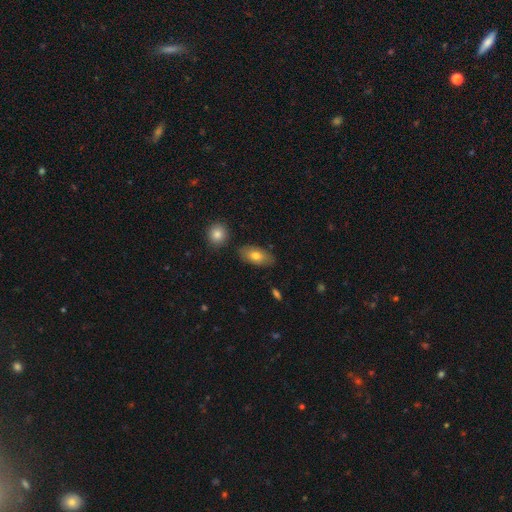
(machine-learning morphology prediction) Smooth or featured? Predicted: smooth (p=0.76). How rounded? Predicted: in between (p=0.91). Merging? Predicted: none (p=0.82).